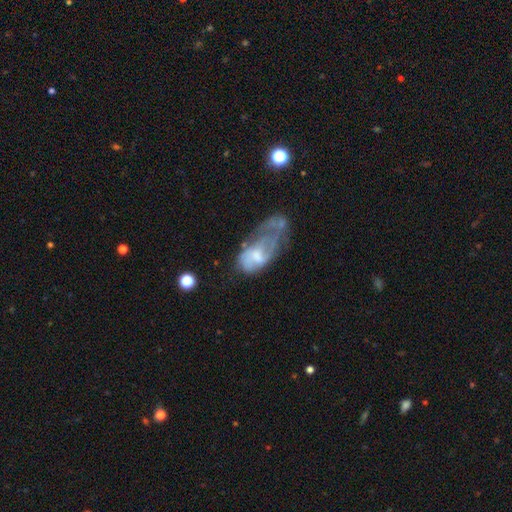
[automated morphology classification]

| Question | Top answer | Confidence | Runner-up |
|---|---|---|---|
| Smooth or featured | featured or disk | 55% | smooth (37%) |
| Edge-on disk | no | 95% | yes (5%) |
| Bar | no | 58% | weak (35%) |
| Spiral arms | no | 52% | yes (48%) |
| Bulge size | moderate | 41% | small (29%) |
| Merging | major disturbance | 48% | minor disturbance (23%) |